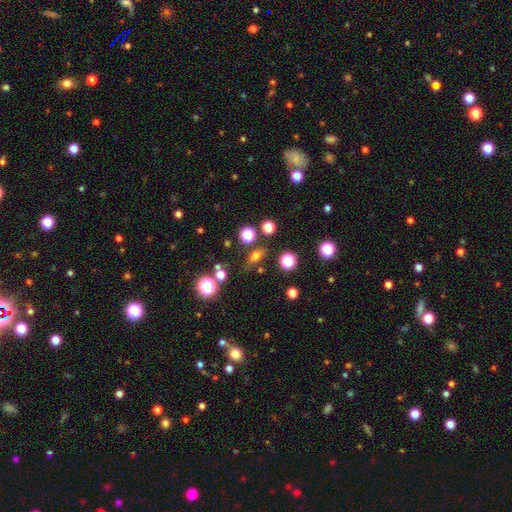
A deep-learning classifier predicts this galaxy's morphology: The model was most divided on "how rounded": in between: 63%, round: 23%, cigar-shaped: 14%. More confident: merging — none (73%); smooth or featured — smooth (65%).